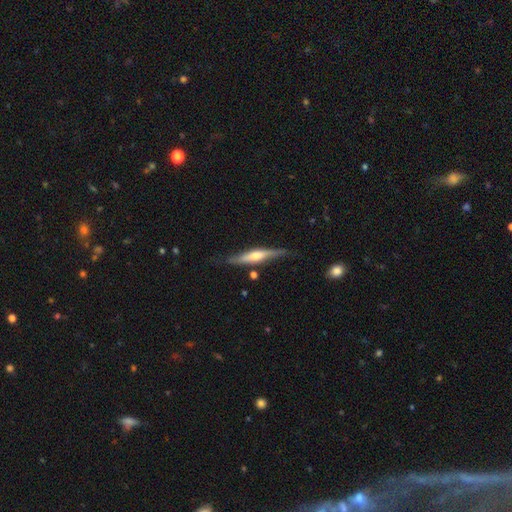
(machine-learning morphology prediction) The model was most divided on "smooth or featured": featured or disk: 61%, smooth: 34%, star or artifact: 5%. More confident: edge-on disk — yes (92%); edge-on bulge — rounded (76%); merging — none (72%).